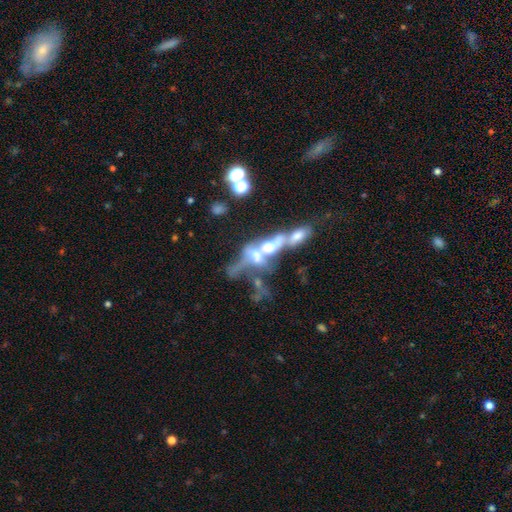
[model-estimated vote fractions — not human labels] featured or disk 49%, smooth 34%, star or artifact 17%. Down the decision tree: merging — merger (70%).